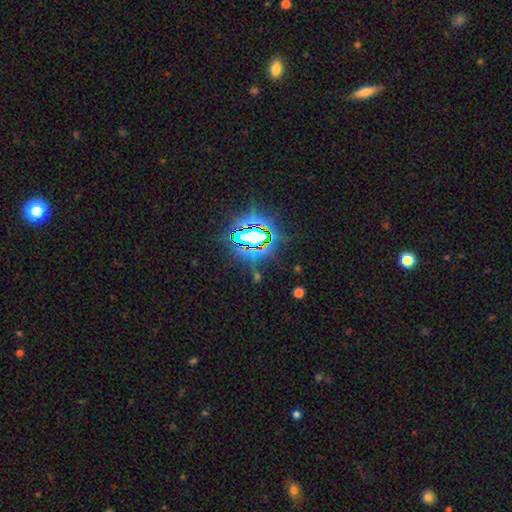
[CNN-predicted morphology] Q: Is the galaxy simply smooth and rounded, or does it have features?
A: star or artifact — 80%.